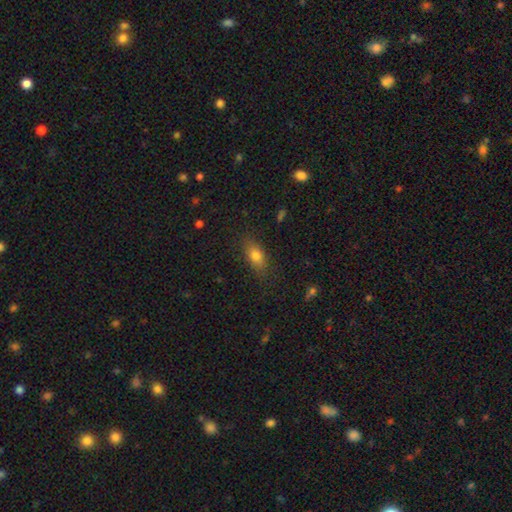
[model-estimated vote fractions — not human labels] Smooth or featured?
  - smooth: 78% *
  - featured or disk: 11%
  - star or artifact: 10%
How rounded?
  - in between: 81% *
  - round: 10%
  - cigar-shaped: 9%
Merging?
  - none: 81% *
  - minor disturbance: 14%
  - major disturbance: 4%
  - merger: 1%